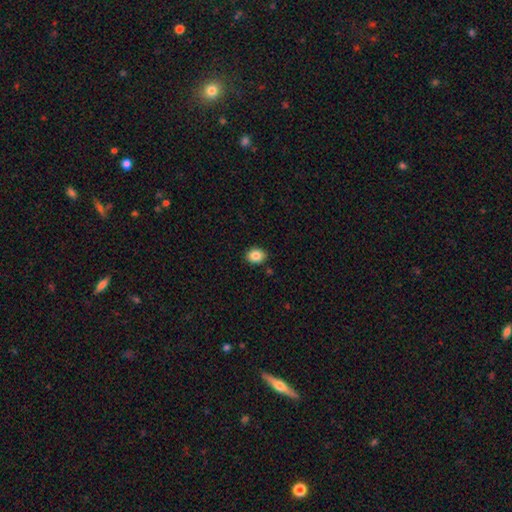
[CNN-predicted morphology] Smooth or featured?
  - smooth: 86% *
  - star or artifact: 9%
  - featured or disk: 5%
How rounded?
  - in between: 50% *
  - round: 49%
  - cigar-shaped: 1%
Merging?
  - none: 89% *
  - minor disturbance: 8%
  - major disturbance: 2%
  - merger: 2%